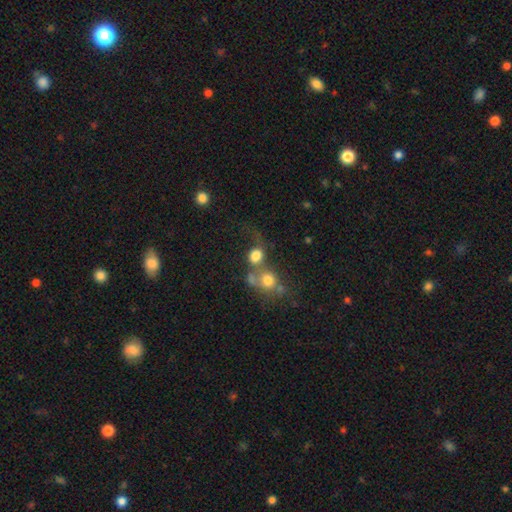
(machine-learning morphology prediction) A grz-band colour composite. It shows a smooth galaxy with no disk features (73%) that is round (68%). Merging: merger (42%).